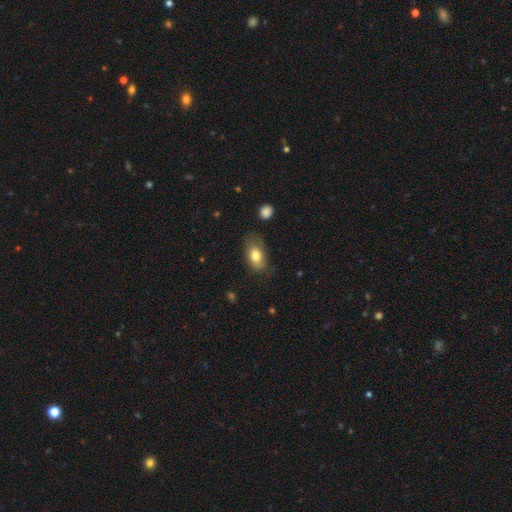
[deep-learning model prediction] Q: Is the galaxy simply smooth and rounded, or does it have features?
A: smooth — 78%.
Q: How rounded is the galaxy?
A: in between — 89%.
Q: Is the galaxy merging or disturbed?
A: none — 65%.